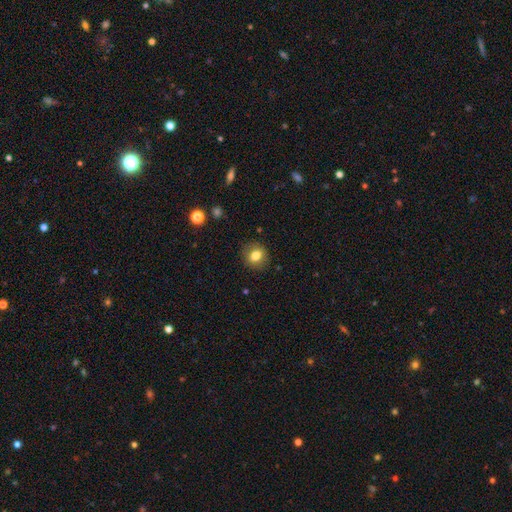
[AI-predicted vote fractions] This is likely a smooth galaxy (79%). How rounded: likely round (73%). Merging: clearly none (87%).